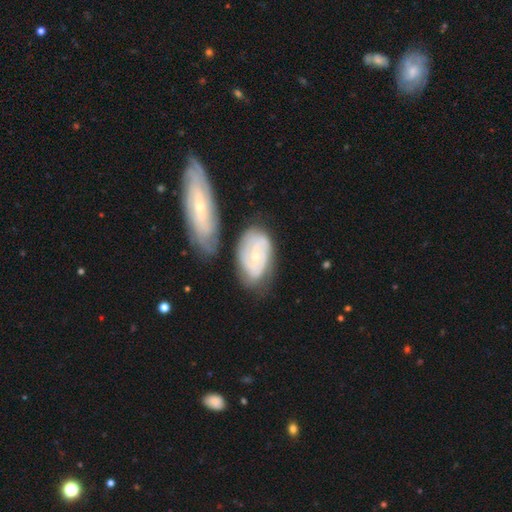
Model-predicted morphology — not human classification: Smooth or featured? Predicted: featured or disk (p=0.76). Edge-on disk? Predicted: no (p=0.95). Bar? Predicted: no (p=0.63). Spiral arms? Predicted: yes (p=0.86). Spiral winding? Predicted: tight (p=0.62). Spiral arm count? Predicted: 2 (p=0.42). Bulge size? Predicted: small (p=0.67). Merging? Predicted: none (p=0.62).